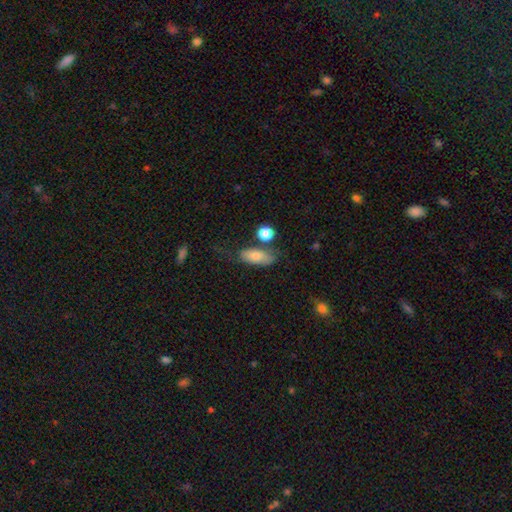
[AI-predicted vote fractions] The model was most divided on "merging": none: 55%, minor disturbance: 22%, merger: 12%, major disturbance: 10%. More confident: how rounded — in between (84%); smooth or featured — smooth (76%).